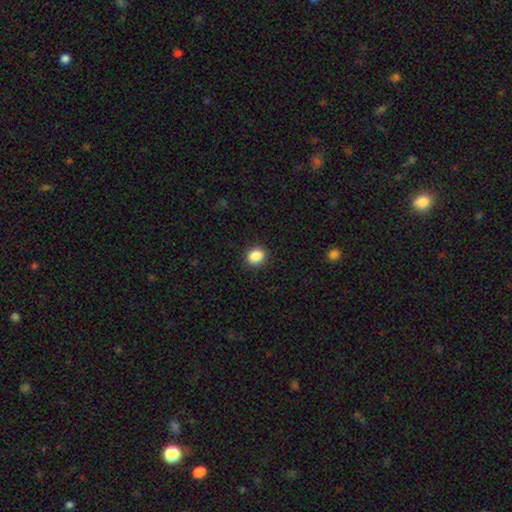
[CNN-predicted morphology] Q: Smooth or featured?
A: smooth (88%); runner-up: star or artifact (9%)
Q: How rounded?
A: round (58%); runner-up: in between (42%)
Q: Merging?
A: none (90%); runner-up: minor disturbance (7%)